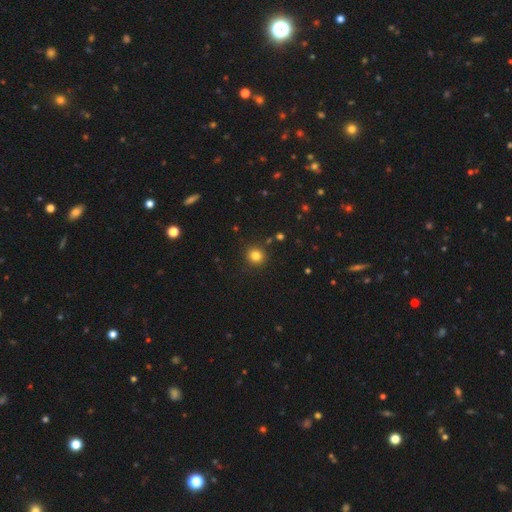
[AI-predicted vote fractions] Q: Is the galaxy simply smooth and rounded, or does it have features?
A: smooth — 82%.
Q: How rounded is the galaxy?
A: round — 90%.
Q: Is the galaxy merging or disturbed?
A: none — 89%.